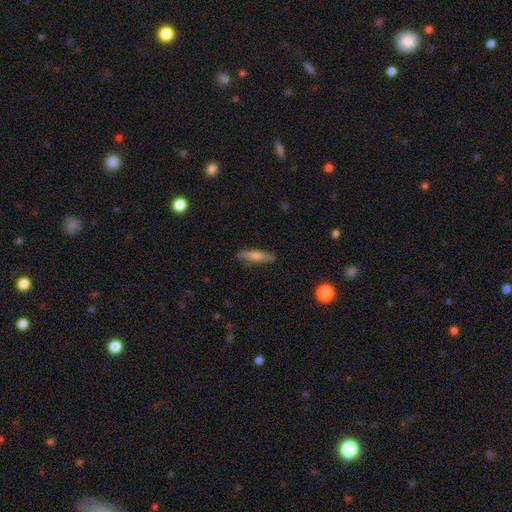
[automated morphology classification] A smooth galaxy with no disk features (49%).

Vote fractions:
- Smooth or featured? smooth: 49% / featured or disk: 44% / star or artifact: 7%
- Merging? none: 85% / minor disturbance: 12% / major disturbance: 2% / merger: 1%